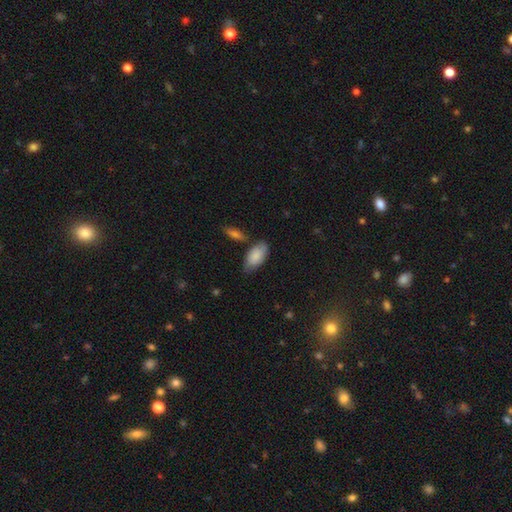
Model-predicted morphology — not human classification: Overall: smooth (80%). How rounded: in between (93%). Merging: none (63%; minor disturbance 24%).